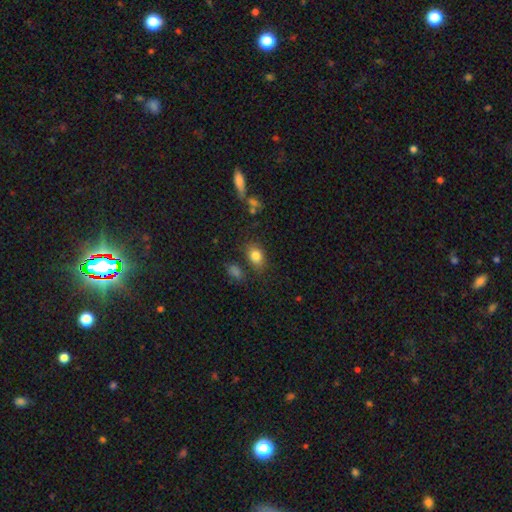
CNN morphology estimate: This is clearly a smooth galaxy (82%). How rounded: likely in between (74%). Merging: likely none (72%).